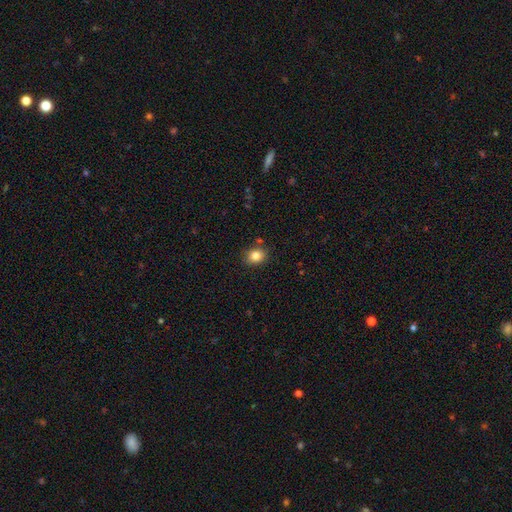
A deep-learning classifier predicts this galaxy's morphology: Smooth or featured? smooth (83%)
How rounded? round (57%)
Merging? none (86%)